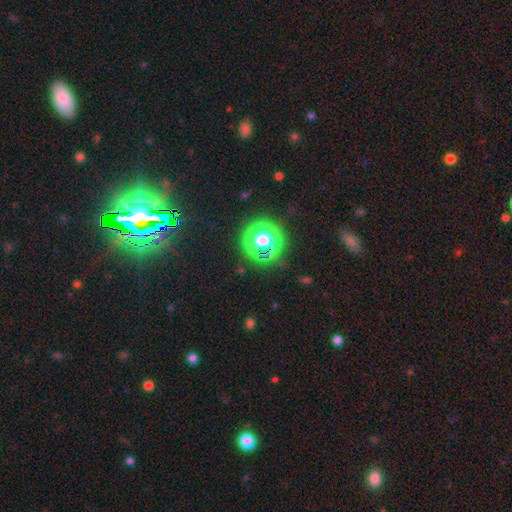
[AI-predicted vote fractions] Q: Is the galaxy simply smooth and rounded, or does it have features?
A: star or artifact — 78%.